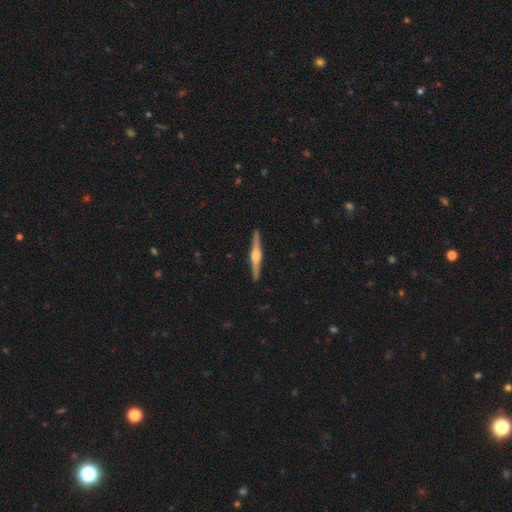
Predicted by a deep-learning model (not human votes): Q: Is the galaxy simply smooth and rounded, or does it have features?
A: featured or disk — 79%.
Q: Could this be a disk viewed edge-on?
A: yes — 98%.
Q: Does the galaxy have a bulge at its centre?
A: rounded — 90%.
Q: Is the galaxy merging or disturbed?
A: none — 92%.